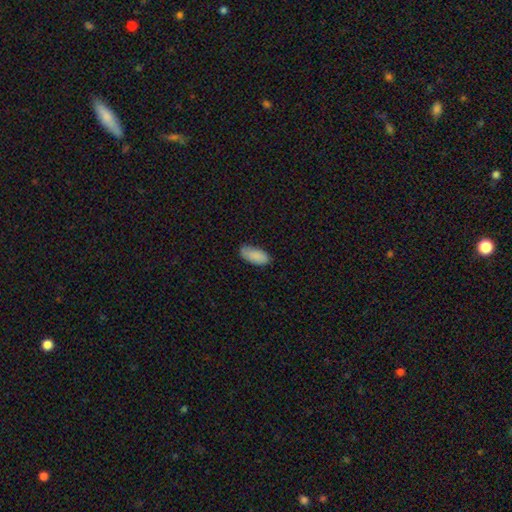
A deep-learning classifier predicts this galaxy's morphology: Smooth or featured? smooth (87%)
How rounded? in between (92%)
Merging? none (67%)